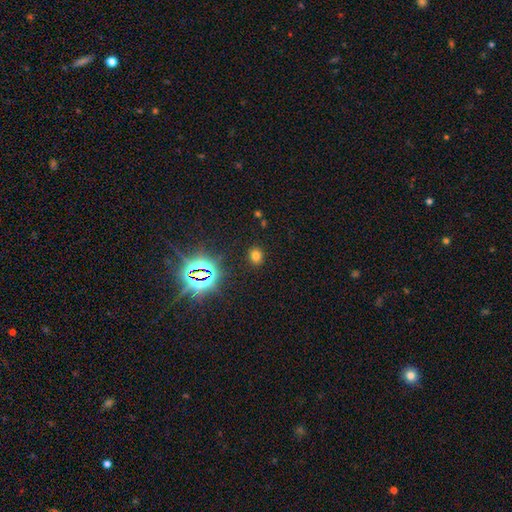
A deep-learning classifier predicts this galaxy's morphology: This is likely a smooth galaxy (68%). How rounded: possibly round (60%). Merging: clearly none (88%).